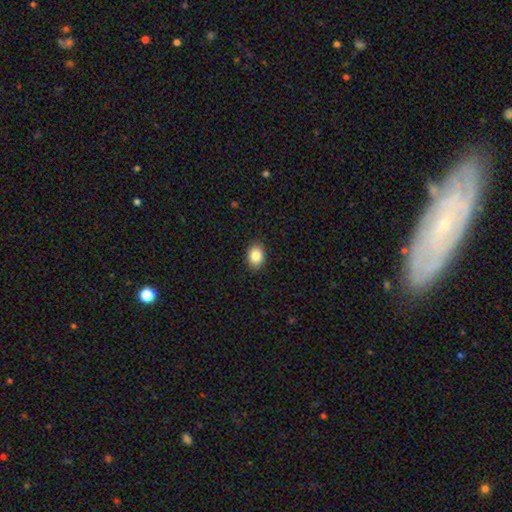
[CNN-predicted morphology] Smooth or featured? smooth (86%)
How rounded? in between (68%)
Merging? none (89%)